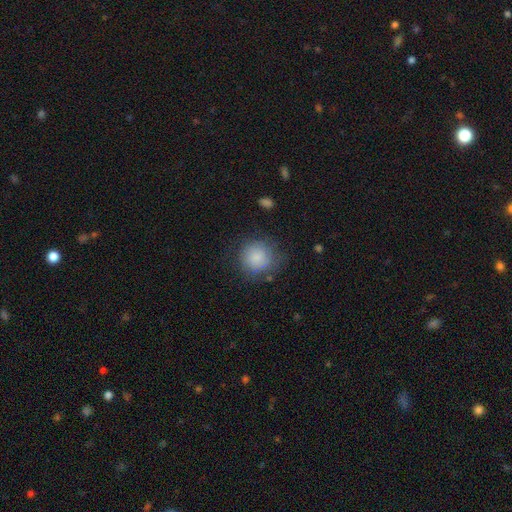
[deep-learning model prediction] Overall: smooth (83%). How rounded: round (91%). Merging: none (72%).